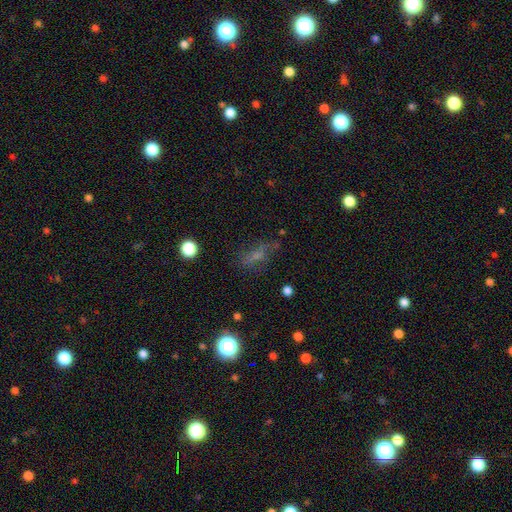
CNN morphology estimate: smooth-or-featured: smooth: 49% | featured or disk: 28% | star or artifact: 24%
  merging: none: 58% | minor disturbance: 21% | major disturbance: 18% | merger: 4%